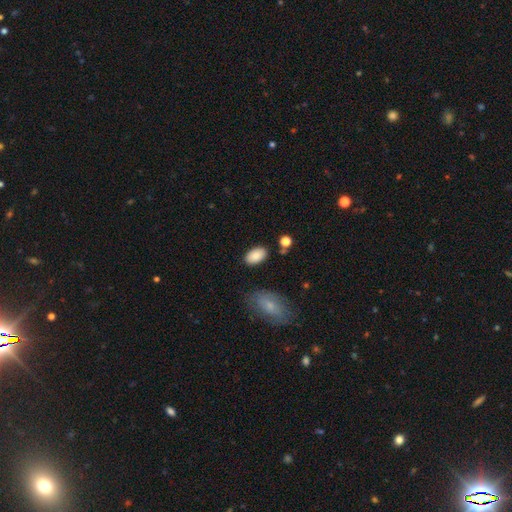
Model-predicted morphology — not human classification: This appears to be a smooth galaxy with no disk features (87%) that is in between round and cigar-shaped (93%). Merging: none (84%).